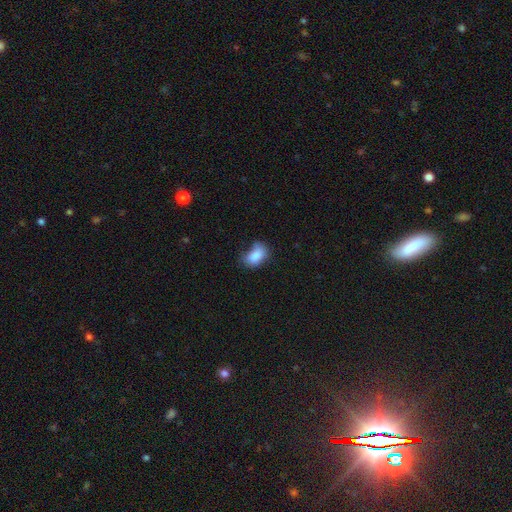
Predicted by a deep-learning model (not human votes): Q: Smooth or featured?
A: smooth (83%); runner-up: star or artifact (9%)
Q: How rounded?
A: in between (85%); runner-up: round (13%)
Q: Merging?
A: none (45%); runner-up: minor disturbance (34%)